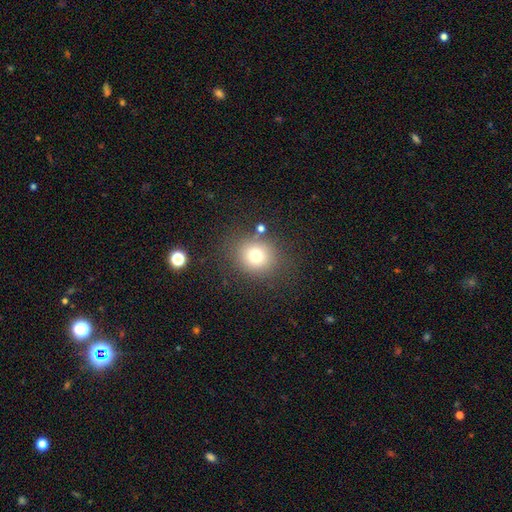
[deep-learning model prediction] Smooth or featured: smooth — 74% (star or artifact — 15%)
How rounded: round — 80% (in between — 19%)
Merging: none — 80% (minor disturbance — 10%)